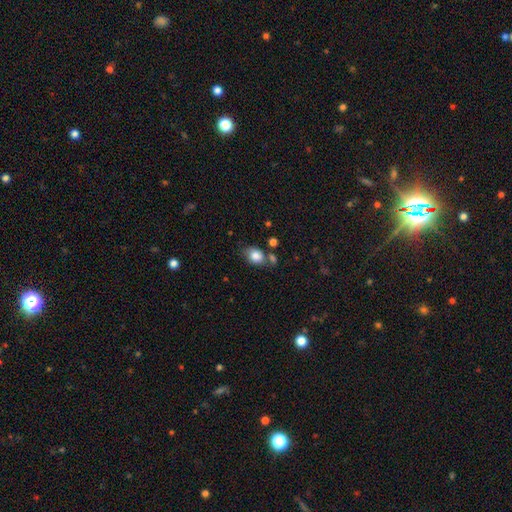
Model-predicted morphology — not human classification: Q: Smooth or featured?
A: smooth (83%); runner-up: star or artifact (9%)
Q: How rounded?
A: in between (67%); runner-up: round (31%)
Q: Merging?
A: none (60%); runner-up: minor disturbance (21%)